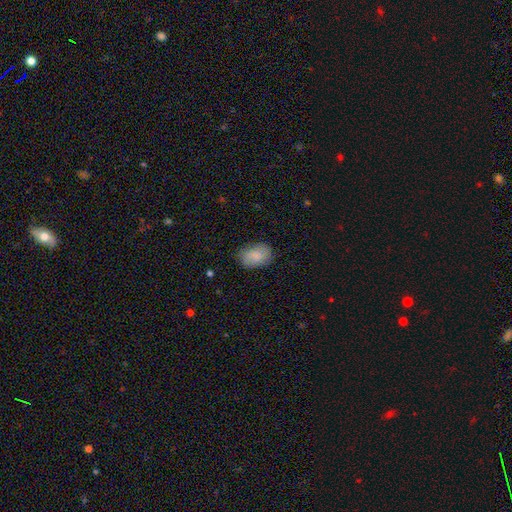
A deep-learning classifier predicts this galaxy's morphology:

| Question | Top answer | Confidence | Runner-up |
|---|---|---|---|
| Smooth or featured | smooth | 82% | featured or disk (11%) |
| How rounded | in between | 84% | round (15%) |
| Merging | none | 78% | minor disturbance (17%) |